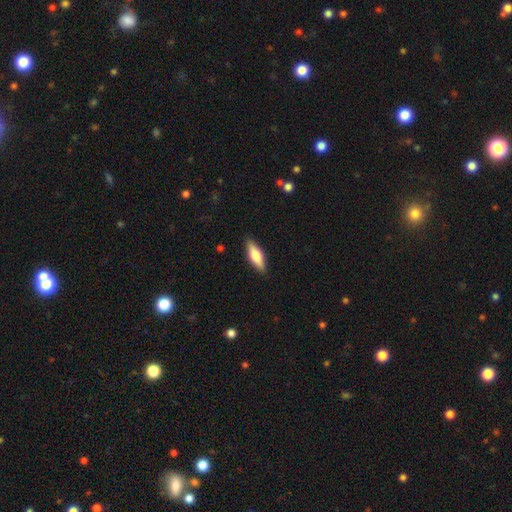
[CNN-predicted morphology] Overall: smooth (62%; featured or disk 32%). How rounded: in between (55%; cigar-shaped 43%). Merging: none (88%).